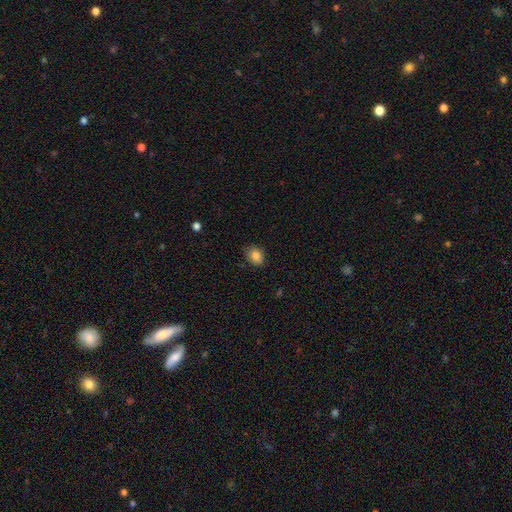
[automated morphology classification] This is clearly a smooth galaxy (86%). How rounded: likely in between (65%). Merging: likely none (80%).